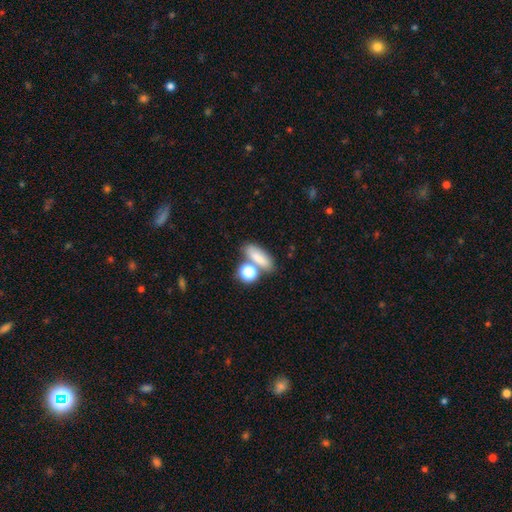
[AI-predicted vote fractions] A smooth galaxy with no disk features (78%) that is in between round and cigar-shaped (63%).

Vote fractions:
- Smooth or featured? smooth: 78% / featured or disk: 12% / star or artifact: 10%
- How rounded? in between: 63% / cigar-shaped: 22% / round: 15%
- Merging? none: 56% / merger: 26% / minor disturbance: 12% / major disturbance: 5%